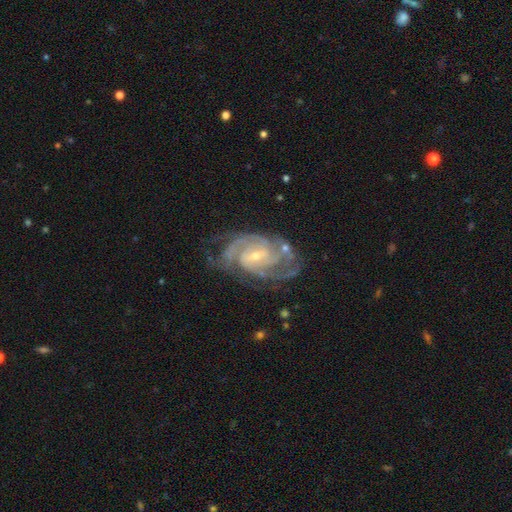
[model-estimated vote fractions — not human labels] Smooth or featured?
  - featured or disk: 91% *
  - star or artifact: 5%
  - smooth: 4%
Edge-on disk?
  - no: 97% *
  - yes: 3%
Bar?
  - weak: 47% *
  - no: 35%
  - strong: 18%
Spiral arms?
  - yes: 98% *
  - no: 2%
Spiral winding?
  - tight: 61% *
  - medium: 34%
  - loose: 5%
Spiral arm count?
  - 2: 31% *
  - 3: 27%
  - can't tell: 18%
  - 4: 15%
  - more than 4: 5%
  - 1: 5%
Bulge size?
  - small: 70% *
  - moderate: 26%
  - none: 2%
  - large: 1%
  - dominant: 1%
Merging?
  - none: 64% *
  - minor disturbance: 21%
  - major disturbance: 11%
  - merger: 4%